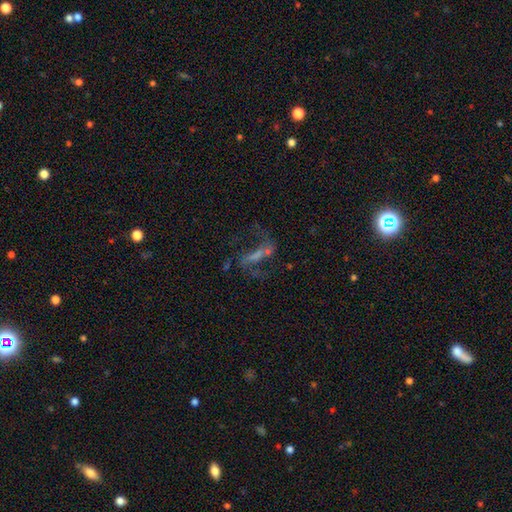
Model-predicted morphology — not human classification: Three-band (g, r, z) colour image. It shows a featured or disk galaxy (64%) with a strong bar (43%), spiral arms (73%) and no central bulge (48%). Merging: none (49%).